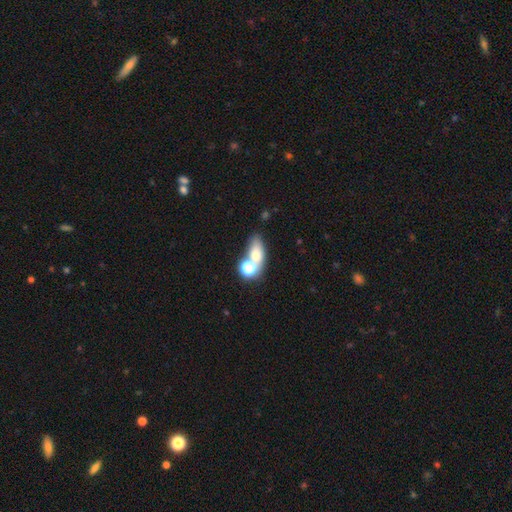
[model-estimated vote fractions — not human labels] Overall: smooth (66%). How rounded: in between (66%). Merging: none (42%; merger 40%).